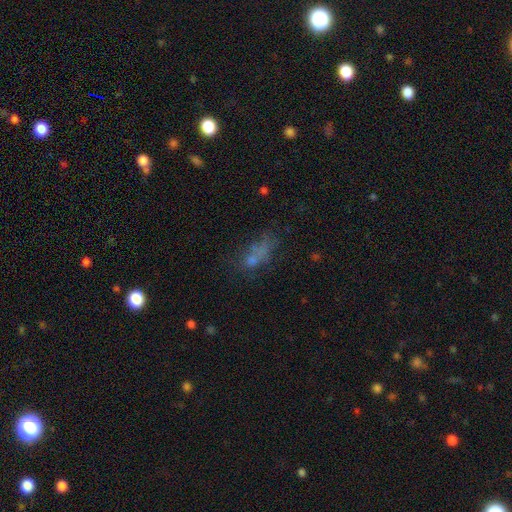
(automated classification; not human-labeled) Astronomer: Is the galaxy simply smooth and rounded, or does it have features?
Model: smooth — 53%.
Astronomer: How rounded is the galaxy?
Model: in between — 72%.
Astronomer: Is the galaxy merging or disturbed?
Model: none — 38% (runner-up: major disturbance, 27%).